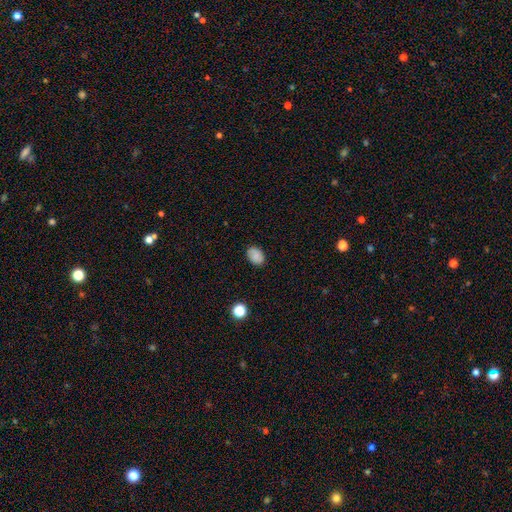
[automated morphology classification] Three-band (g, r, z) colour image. It shows a smooth galaxy with no disk features (80%) that is in between round and cigar-shaped (75%). Merging: none (84%).